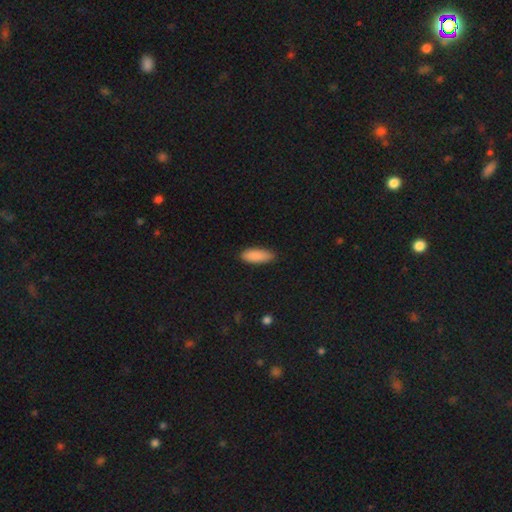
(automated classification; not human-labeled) Smooth or featured? Predicted: smooth (p=0.89). How rounded? Predicted: in between (p=0.69). Merging? Predicted: none (p=0.85).